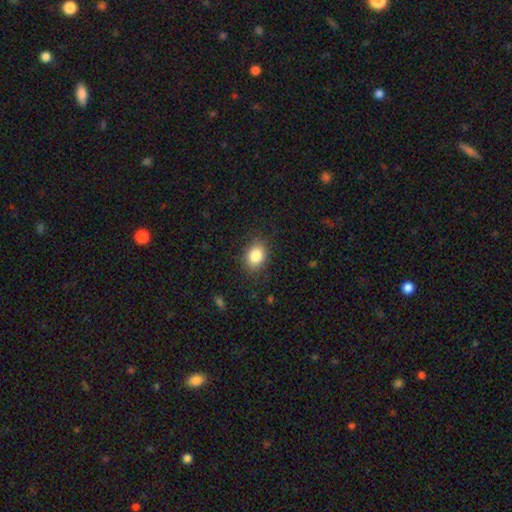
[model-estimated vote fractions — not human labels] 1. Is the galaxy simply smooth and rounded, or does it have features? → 85% smooth, 9% star or artifact, 6% featured or disk.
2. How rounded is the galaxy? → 59% in between, 40% round, 1% cigar-shaped.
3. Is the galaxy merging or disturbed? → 83% none, 12% minor disturbance, 4% major disturbance, 1% merger.